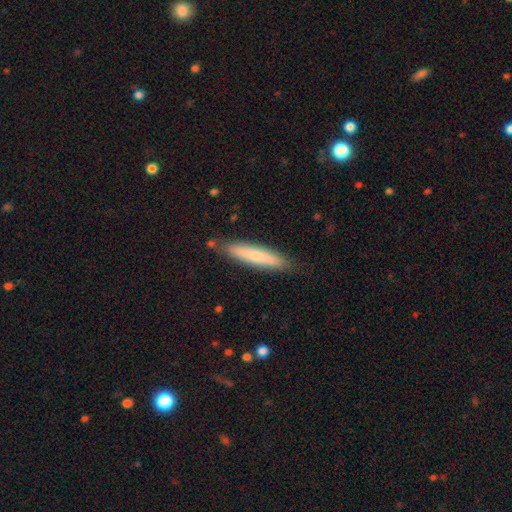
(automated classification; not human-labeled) Overall: smooth (68%). How rounded: cigar-shaped (87%). Merging: none (86%).